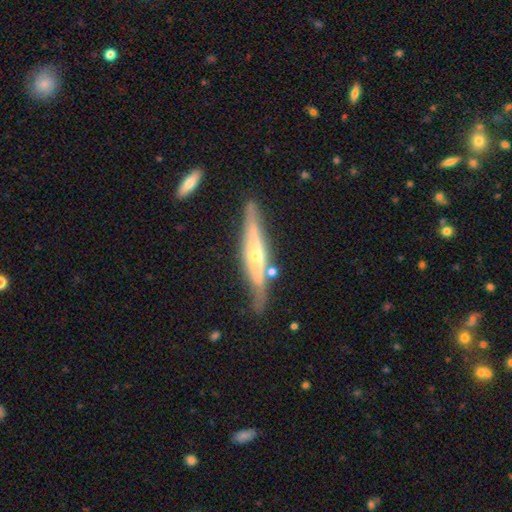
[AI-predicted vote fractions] Smooth or featured: featured or disk — 76% (smooth — 18%)
Edge-on disk: yes — 93% (no — 7%)
Edge-on bulge: rounded — 82% (none — 12%)
Merging: none — 80% (minor disturbance — 13%)